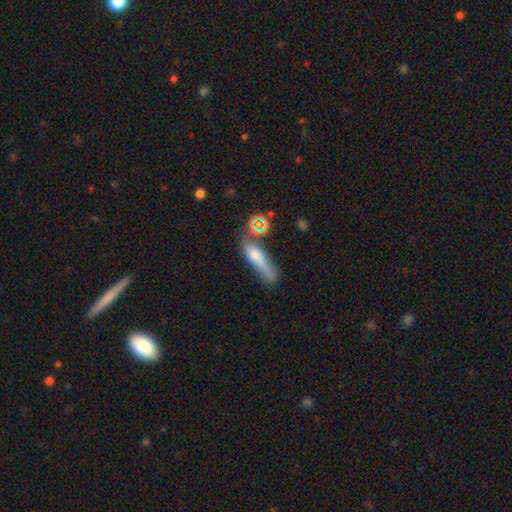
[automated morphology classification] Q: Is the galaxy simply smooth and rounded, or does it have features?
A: smooth — 63%.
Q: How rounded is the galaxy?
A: cigar-shaped — 64%.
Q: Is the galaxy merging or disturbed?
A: none — 41%.